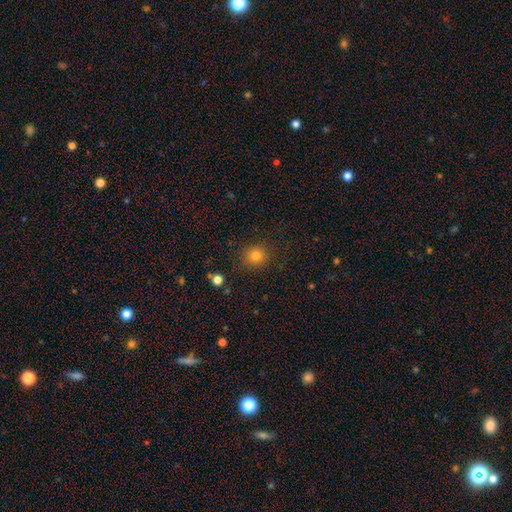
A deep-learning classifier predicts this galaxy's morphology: This is likely a smooth galaxy (79%). How rounded: clearly round (88%). Merging: clearly none (87%).